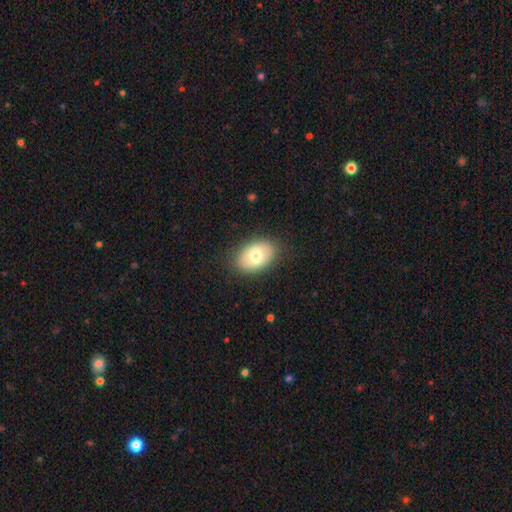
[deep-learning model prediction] smooth-or-featured: smooth: 69% | featured or disk: 24% | star or artifact: 7%
  how-rounded: in between: 86% | round: 13% | cigar-shaped: 1%
  merging: none: 84% | minor disturbance: 12% | major disturbance: 3% | merger: 1%